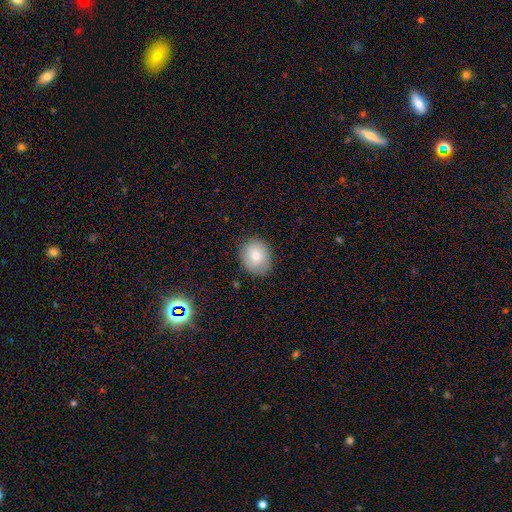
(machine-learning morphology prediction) This is likely a smooth galaxy (80%). How rounded: likely round (61%). Merging: clearly none (84%).